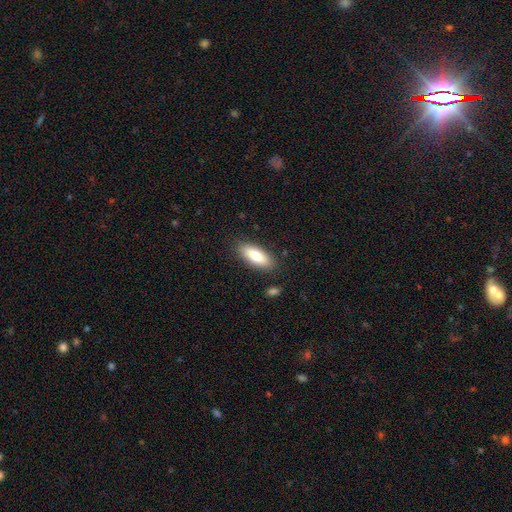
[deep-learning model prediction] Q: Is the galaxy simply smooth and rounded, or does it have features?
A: smooth — 79%.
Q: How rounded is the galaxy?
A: in between — 74%.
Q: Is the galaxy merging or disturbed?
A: none — 86%.